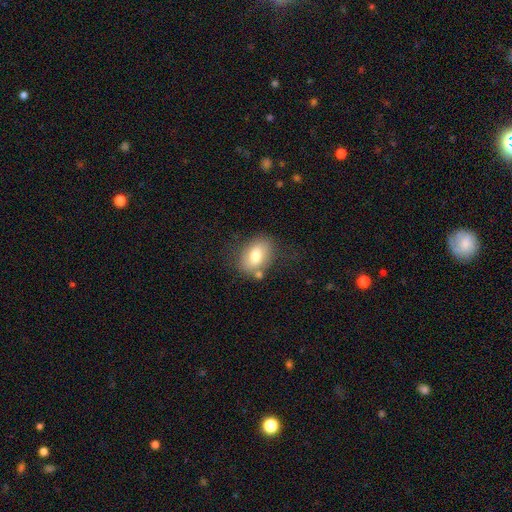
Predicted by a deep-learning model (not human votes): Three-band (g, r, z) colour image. It shows a smooth galaxy with no disk features (73%) that is in between round and cigar-shaped (77%). Merging: none (70%).